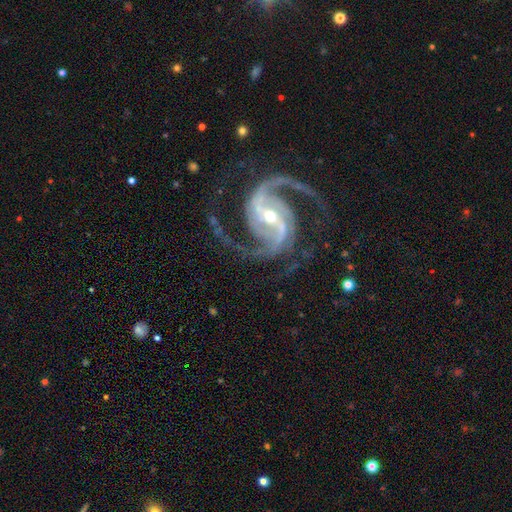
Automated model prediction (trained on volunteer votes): This appears to be a featured or disk galaxy (94%) with a strong bar (52%), 2 (71%) medium (64%) spiral arms (99%) and a small central bulge (50%). Merging: none (76%).